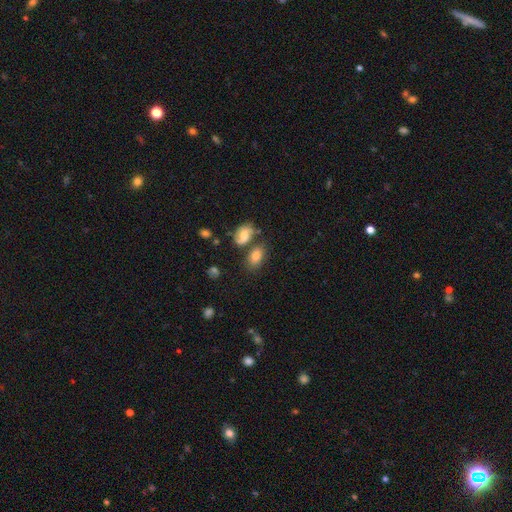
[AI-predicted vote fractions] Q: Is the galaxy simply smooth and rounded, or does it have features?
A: smooth — 74%.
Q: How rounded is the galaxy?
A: in between — 82%.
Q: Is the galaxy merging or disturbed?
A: none — 59%.